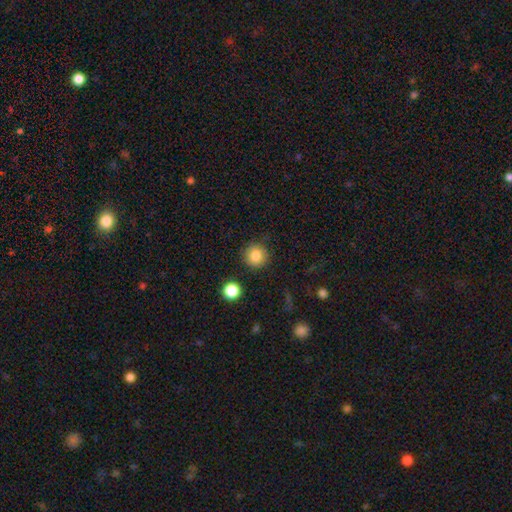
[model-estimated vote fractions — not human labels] Q: Smooth or featured?
A: smooth (84%); runner-up: star or artifact (10%)
Q: How rounded?
A: round (94%); runner-up: in between (5%)
Q: Merging?
A: none (88%); runner-up: minor disturbance (7%)